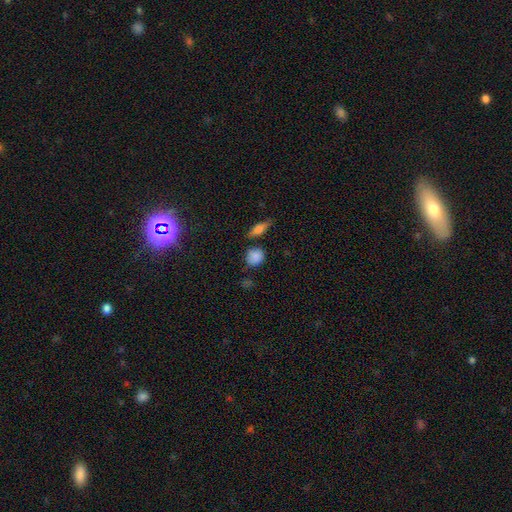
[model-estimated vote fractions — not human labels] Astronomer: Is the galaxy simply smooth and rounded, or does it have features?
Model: smooth — 84%.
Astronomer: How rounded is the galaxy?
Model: round — 80%.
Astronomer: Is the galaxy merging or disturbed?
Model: none — 75%.